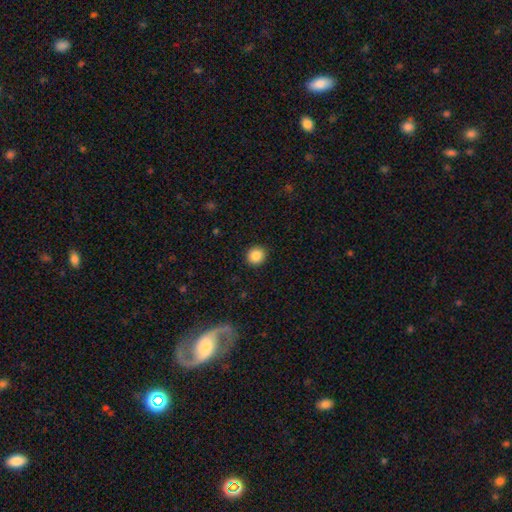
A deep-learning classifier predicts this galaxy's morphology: A smooth galaxy with no disk features (86%) that is round (86%). Merging: none (92%).